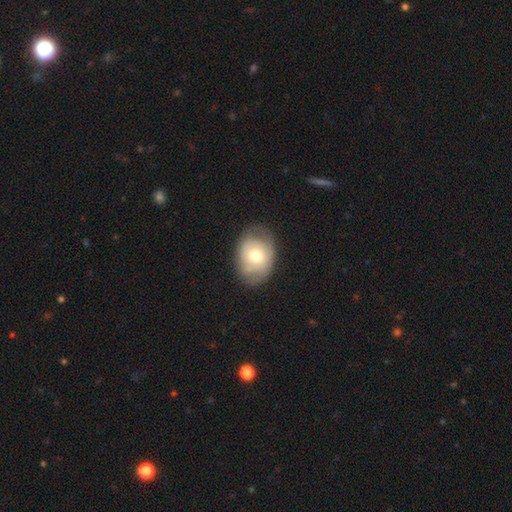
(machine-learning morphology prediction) This is likely a smooth galaxy (64%). How rounded: likely in between (67%). Merging: likely none (63%).